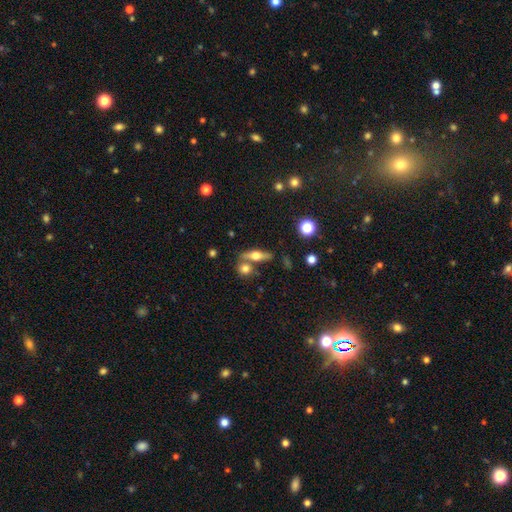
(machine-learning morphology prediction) This is possibly a featured or disk galaxy (51%). It is clearly viewed edge-on (88%). Merging: likely none (64%).